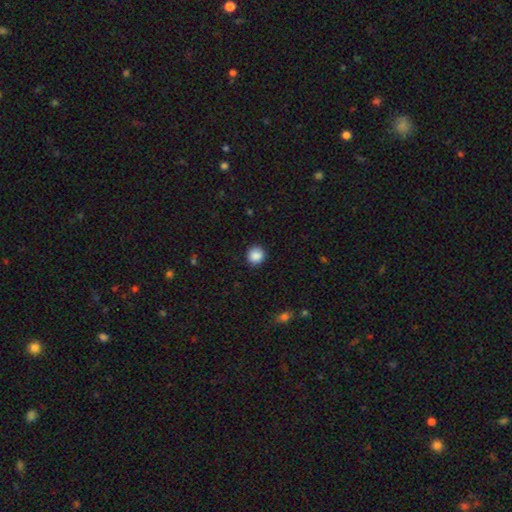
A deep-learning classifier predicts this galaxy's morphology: Overall: smooth (88%). How rounded: round (90%). Merging: none (90%).